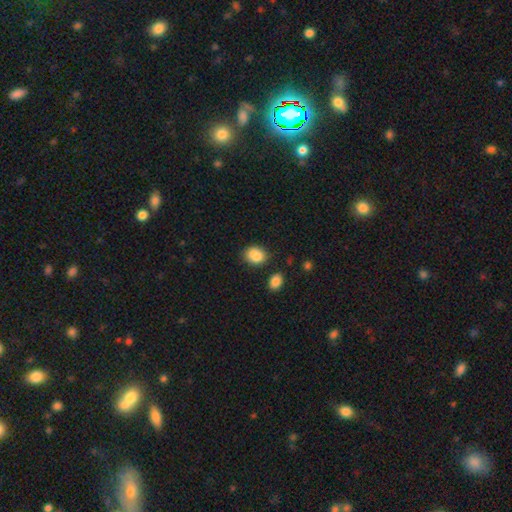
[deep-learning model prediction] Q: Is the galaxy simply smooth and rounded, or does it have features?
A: smooth — 86%.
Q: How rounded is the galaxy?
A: in between — 53%.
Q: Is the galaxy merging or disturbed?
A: none — 71%.